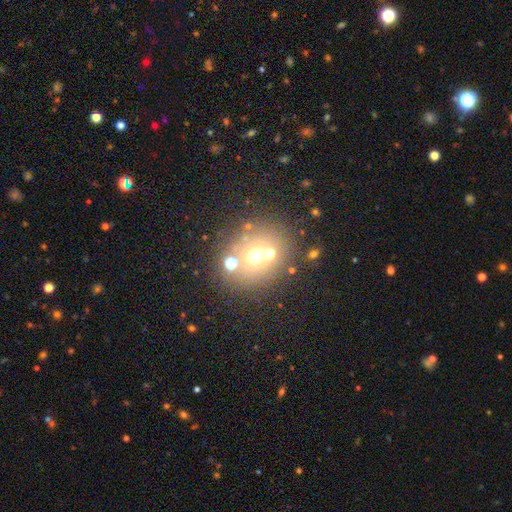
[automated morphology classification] Smooth or featured?
  - smooth: 51% *
  - star or artifact: 28%
  - featured or disk: 21%
How rounded?
  - round: 78% *
  - in between: 21%
  - cigar-shaped: 1%
Merging?
  - none: 65% *
  - merger: 20%
  - minor disturbance: 9%
  - major disturbance: 6%